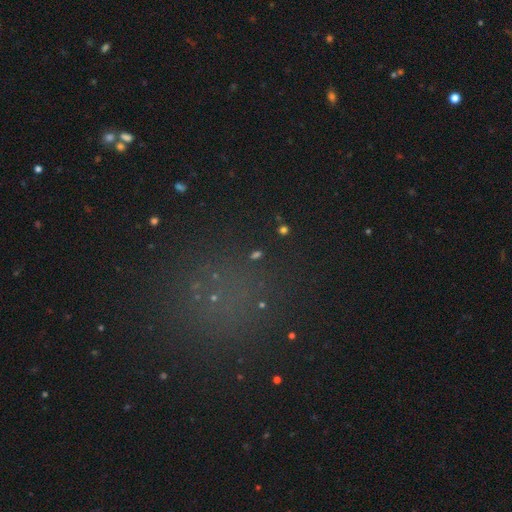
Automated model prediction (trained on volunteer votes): Morphology: type=star or artifact (54%).